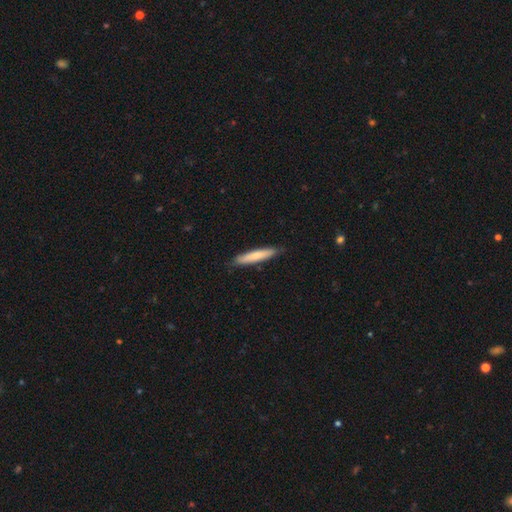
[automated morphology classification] Smooth or featured?
  - smooth: 75% *
  - featured or disk: 20%
  - star or artifact: 5%
How rounded?
  - cigar-shaped: 91% *
  - in between: 8%
  - round: 1%
Merging?
  - none: 87% *
  - minor disturbance: 11%
  - major disturbance: 2%
  - merger: 1%